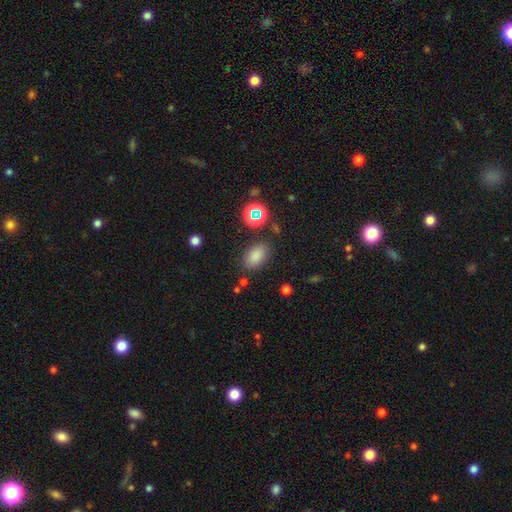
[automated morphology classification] Smooth or featured? Predicted: smooth (p=0.80). How rounded? Predicted: in between (p=0.88). Merging? Predicted: none (p=0.81).